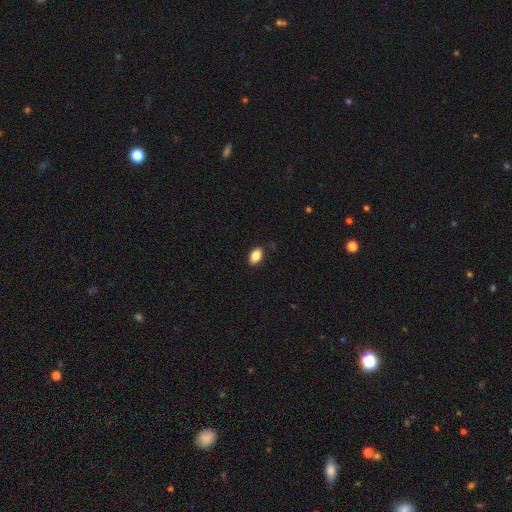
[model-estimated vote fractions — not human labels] smooth-or-featured: smooth: 87% | star or artifact: 8% | featured or disk: 5%
  how-rounded: in between: 90% | round: 8% | cigar-shaped: 2%
  merging: none: 86% | minor disturbance: 11% | major disturbance: 2% | merger: 1%